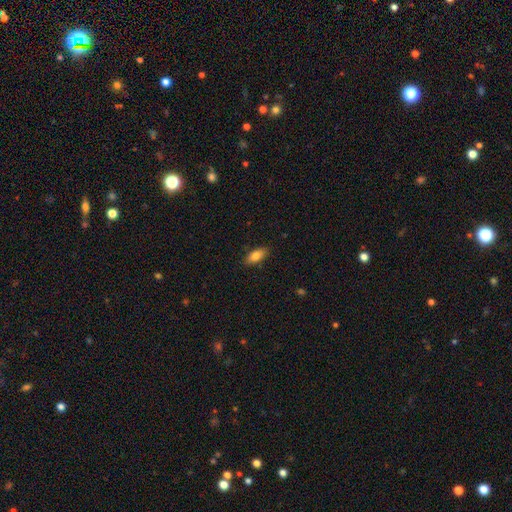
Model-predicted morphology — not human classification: The model was most divided on "how rounded": in between: 83%, cigar-shaped: 14%, round: 3%. More confident: merging — none (86%); smooth or featured — smooth (81%).